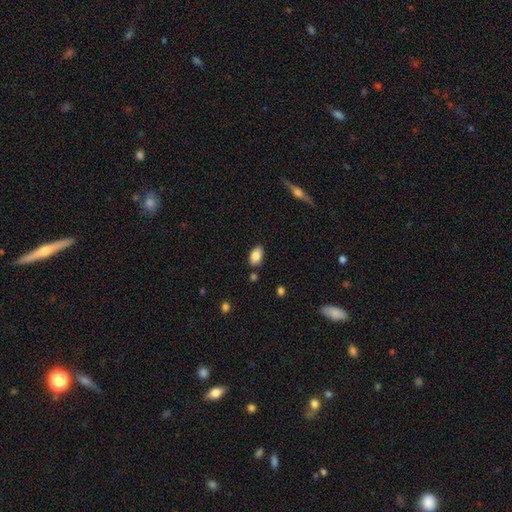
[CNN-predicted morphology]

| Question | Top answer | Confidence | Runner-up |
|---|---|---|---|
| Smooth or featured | smooth | 84% | featured or disk (8%) |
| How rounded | in between | 92% | round (6%) |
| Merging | none | 80% | minor disturbance (14%) |